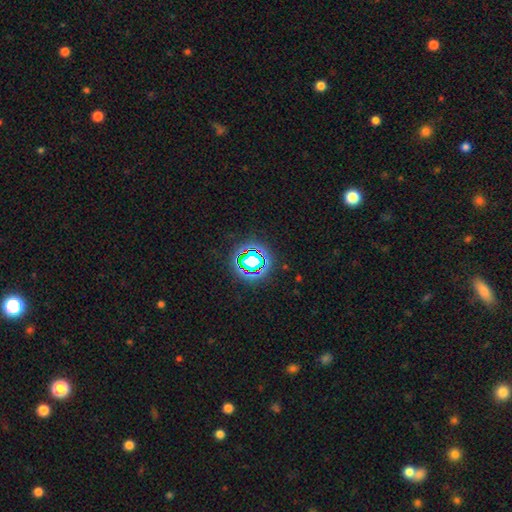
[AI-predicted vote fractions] This is likely a star or artifact rather than a galaxy (64%).